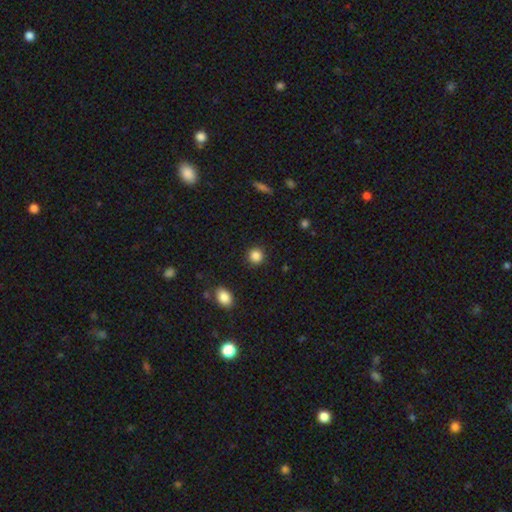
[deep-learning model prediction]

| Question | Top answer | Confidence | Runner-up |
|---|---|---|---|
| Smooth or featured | smooth | 86% | star or artifact (10%) |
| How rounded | round | 91% | in between (8%) |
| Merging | none | 91% | minor disturbance (6%) |